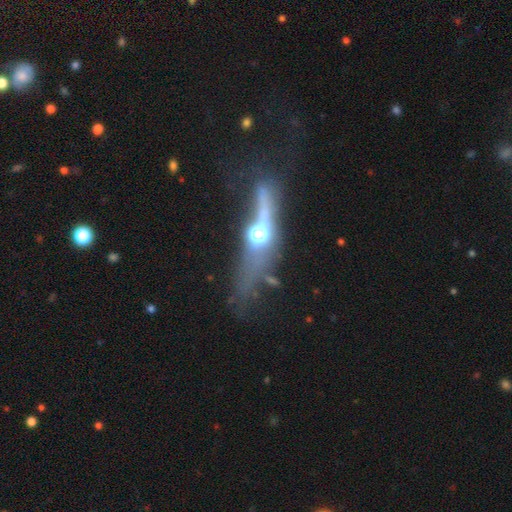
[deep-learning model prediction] A featured or disk galaxy (61%) viewed edge-on (69%).

Vote fractions:
- Smooth or featured? featured or disk: 61% / smooth: 25% / star or artifact: 13%
- Edge-on disk? yes: 69% / no: 31%
- Merging? none: 35% / major disturbance: 30% / minor disturbance: 18% / merger: 17%